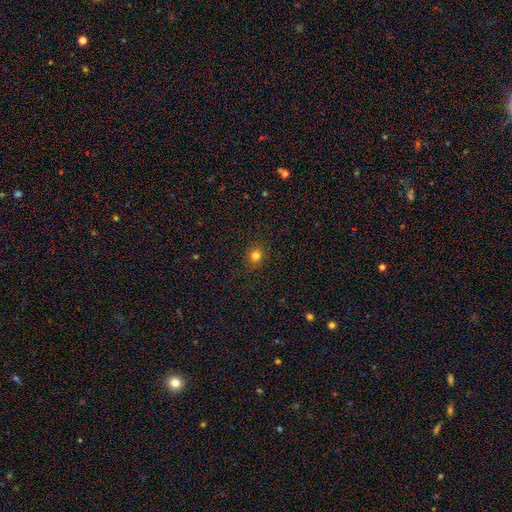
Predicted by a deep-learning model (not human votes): Morphology: type=smooth (81%); roundness=round (90%); merging=none (89%).